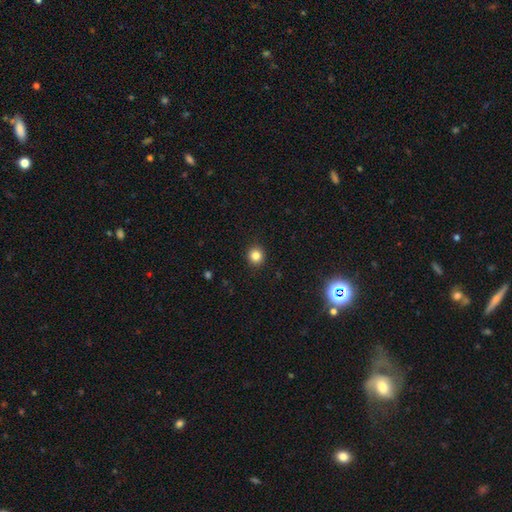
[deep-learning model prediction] The model was most divided on "smooth or featured": smooth: 83%, star or artifact: 12%, featured or disk: 5%. More confident: merging — none (92%); how rounded — round (91%).